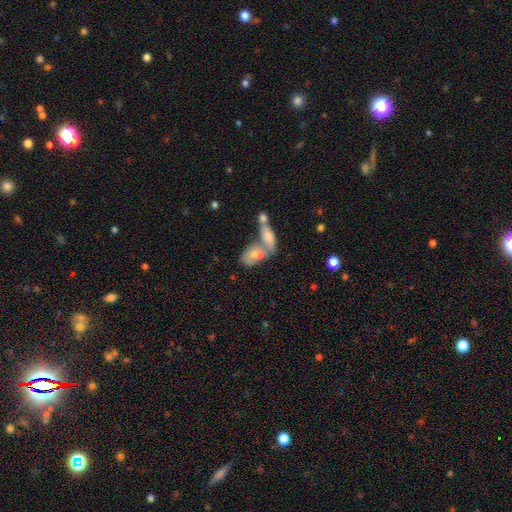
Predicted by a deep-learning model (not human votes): smooth 62%, featured or disk 29%, star or artifact 9%. Down the decision tree: how rounded — in between (85%); merging — merger (68%).